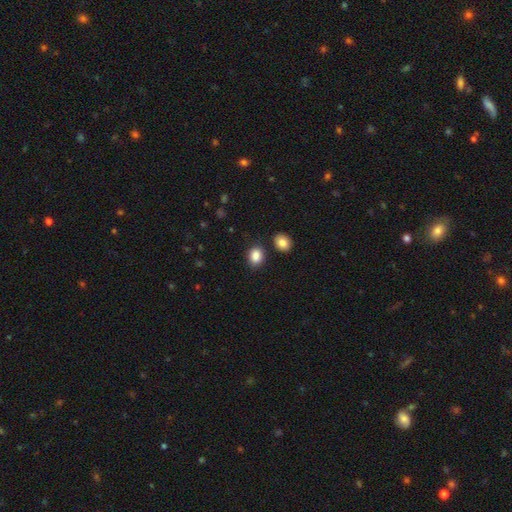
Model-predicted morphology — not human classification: Overall: smooth (87%). How rounded: in between (57%; round 42%). Merging: none (82%).